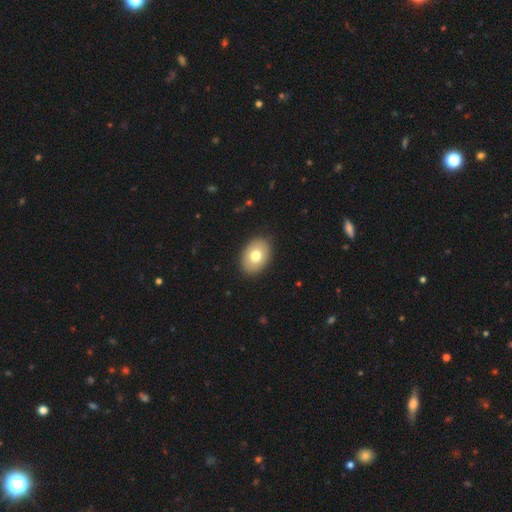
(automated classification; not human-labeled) Smooth or featured? Predicted: smooth (p=0.75). How rounded? Predicted: in between (p=0.77). Merging? Predicted: none (p=0.89).